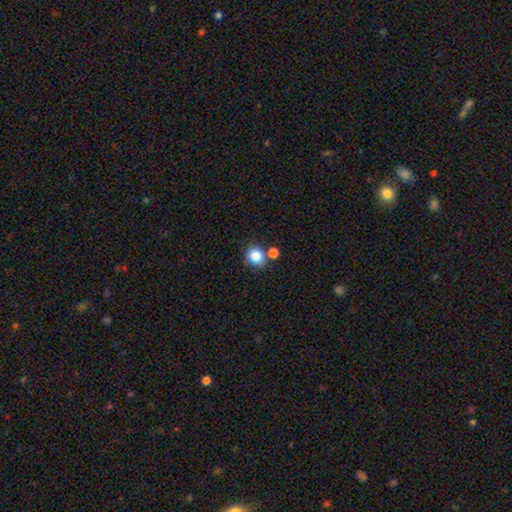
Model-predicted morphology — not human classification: Q: Smooth or featured?
A: smooth (85%); runner-up: star or artifact (10%)
Q: How rounded?
A: round (78%); runner-up: in between (21%)
Q: Merging?
A: none (65%); runner-up: merger (20%)